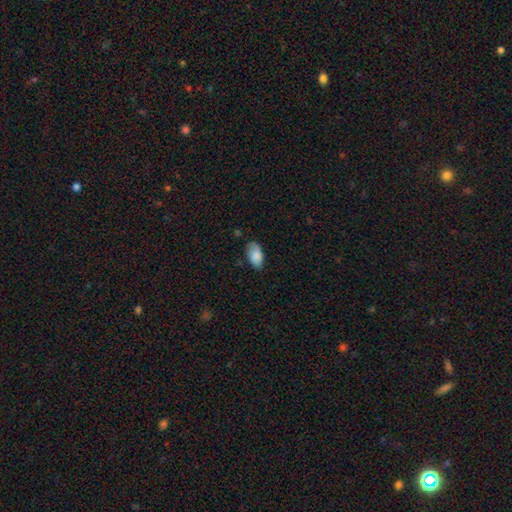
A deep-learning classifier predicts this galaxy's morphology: Smooth or featured: smooth — 85% (featured or disk — 9%)
How rounded: in between — 94% (round — 4%)
Merging: none — 69% (minor disturbance — 25%)